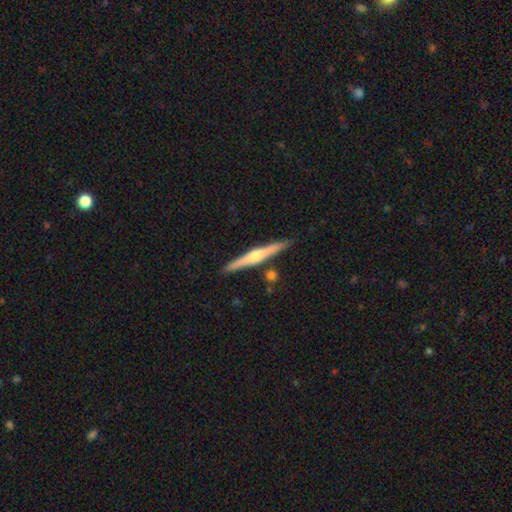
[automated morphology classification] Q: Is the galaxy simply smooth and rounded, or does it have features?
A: featured or disk — 72%.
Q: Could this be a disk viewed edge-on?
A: yes — 98%.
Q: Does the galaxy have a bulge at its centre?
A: rounded — 83%.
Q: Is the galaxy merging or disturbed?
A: none — 88%.